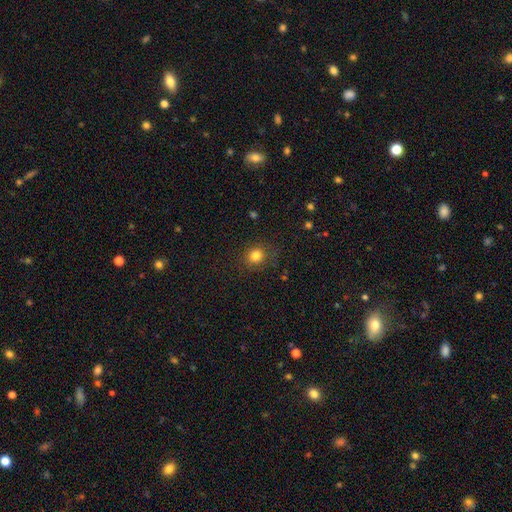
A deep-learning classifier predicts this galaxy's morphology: Smooth or featured: smooth — 82% (star or artifact — 13%)
How rounded: round — 84% (in between — 15%)
Merging: none — 85% (minor disturbance — 10%)